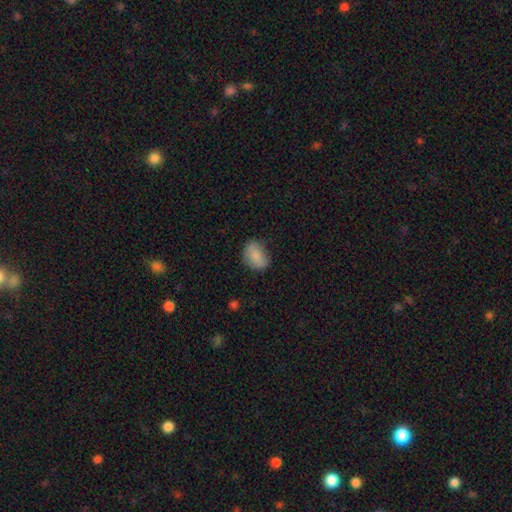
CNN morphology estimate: smooth_or_featured: smooth (p=0.84) [alt: featured or disk p=0.09]
how_rounded: in between (p=0.75) [alt: round p=0.23]
merging: none (p=0.69) [alt: minor disturbance p=0.24]